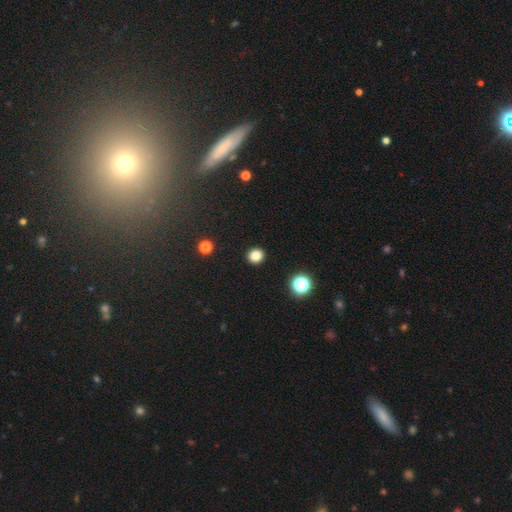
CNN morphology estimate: Q: Smooth or featured?
A: smooth (84%); runner-up: star or artifact (13%)
Q: How rounded?
A: round (86%); runner-up: in between (13%)
Q: Merging?
A: none (92%); runner-up: minor disturbance (5%)